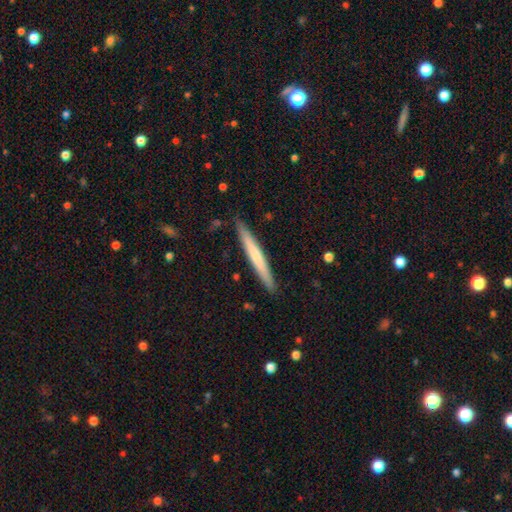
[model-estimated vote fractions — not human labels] smooth-or-featured: smooth: 59% | featured or disk: 36% | star or artifact: 5%
  how-rounded: cigar-shaped: 96% | in between: 3% | round: 1%
  merging: none: 89% | minor disturbance: 8% | major disturbance: 1% | merger: 1%